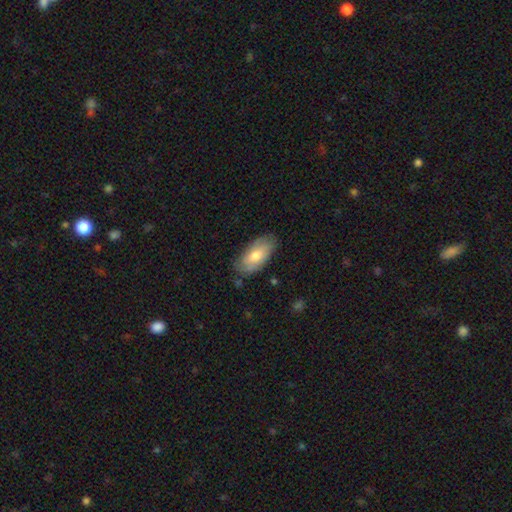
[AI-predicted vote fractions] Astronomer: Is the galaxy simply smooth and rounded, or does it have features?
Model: smooth — 66%.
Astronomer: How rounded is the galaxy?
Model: in between — 90%.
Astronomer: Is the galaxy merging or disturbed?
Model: none — 78%.